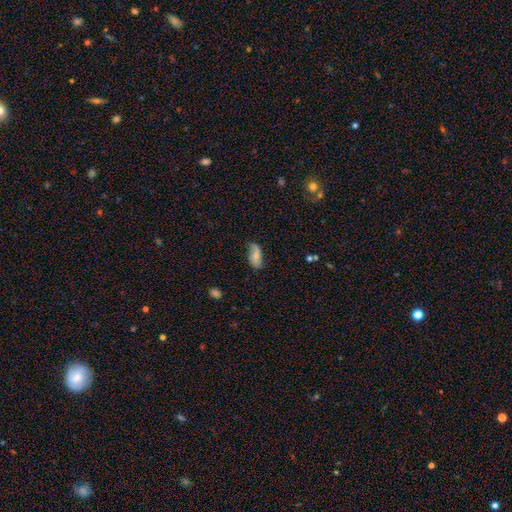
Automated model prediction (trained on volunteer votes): A smooth galaxy with no disk features (58%) that is in between round and cigar-shaped (90%).

Vote fractions:
- Smooth or featured? smooth: 58% / featured or disk: 34% / star or artifact: 7%
- How rounded? in between: 90% / cigar-shaped: 6% / round: 4%
- Merging? none: 65% / minor disturbance: 27% / major disturbance: 6% / merger: 2%